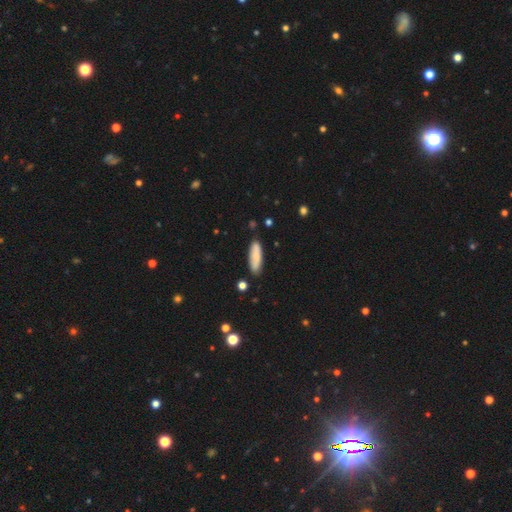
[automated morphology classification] A smooth galaxy with no disk features (78%) that is cigar-shaped (51%).

Vote fractions:
- Smooth or featured? smooth: 78% / featured or disk: 16% / star or artifact: 6%
- How rounded? cigar-shaped: 51% / in between: 48% / round: 2%
- Merging? none: 84% / minor disturbance: 11% / merger: 2% / major disturbance: 2%